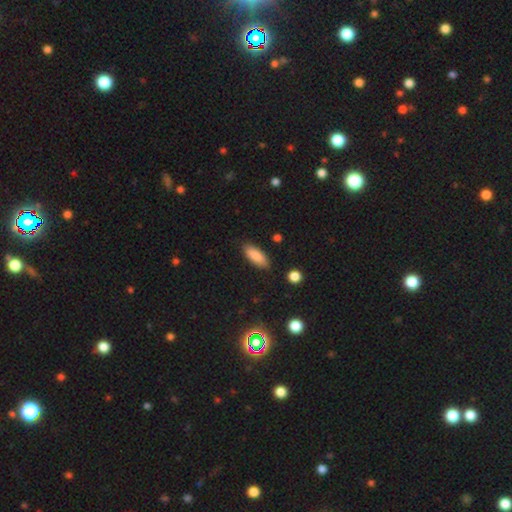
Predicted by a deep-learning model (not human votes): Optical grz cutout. It shows a smooth galaxy with no disk features (87%) that is in between round and cigar-shaped (72%). Merging: none (86%).